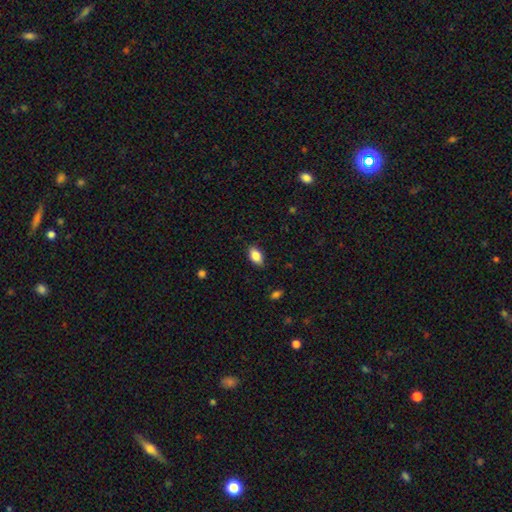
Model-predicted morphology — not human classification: Smooth or featured?
  - smooth: 85% *
  - star or artifact: 8%
  - featured or disk: 7%
How rounded?
  - in between: 91% *
  - round: 6%
  - cigar-shaped: 3%
Merging?
  - none: 86% *
  - minor disturbance: 11%
  - major disturbance: 2%
  - merger: 1%